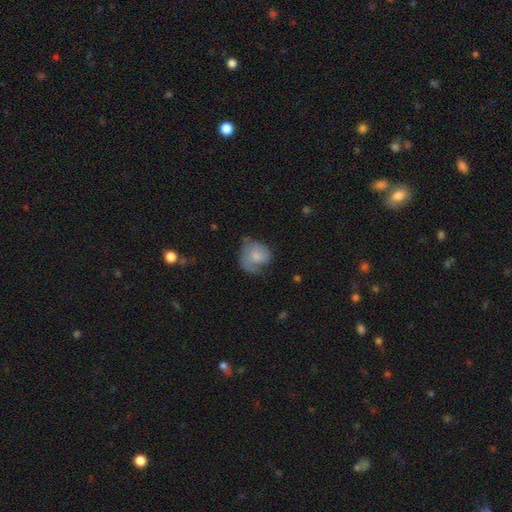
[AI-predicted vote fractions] smooth_or_featured: smooth (p=0.66) [alt: featured or disk p=0.26]
how_rounded: round (p=0.68) [alt: in between p=0.31]
merging: none (p=0.40) [alt: minor disturbance p=0.35]